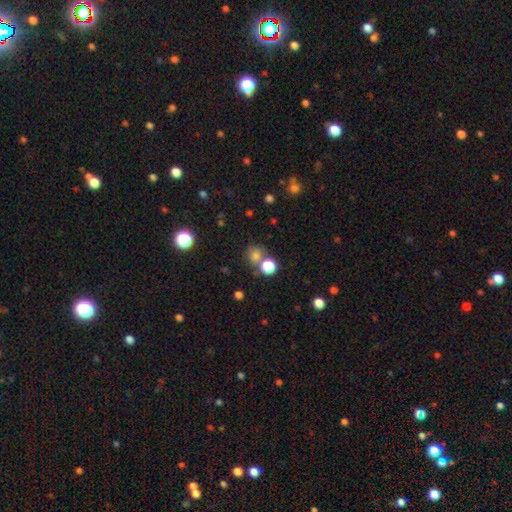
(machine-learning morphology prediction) Overall: smooth (74%). How rounded: round (81%). Merging: none (62%; merger 23%).